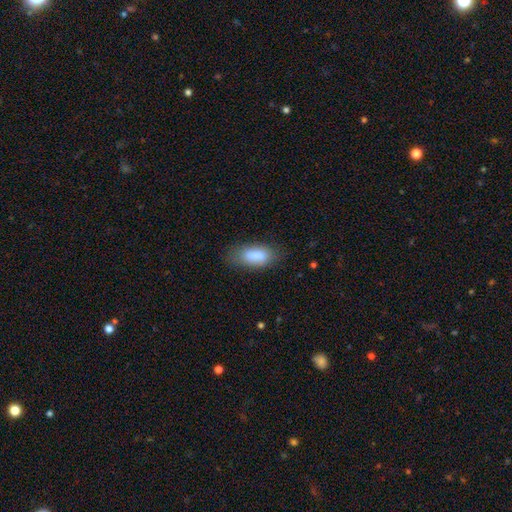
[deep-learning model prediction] smooth 86%, featured or disk 7%, star or artifact 7%. Down the decision tree: how rounded — in between (86%); merging — none (74%).